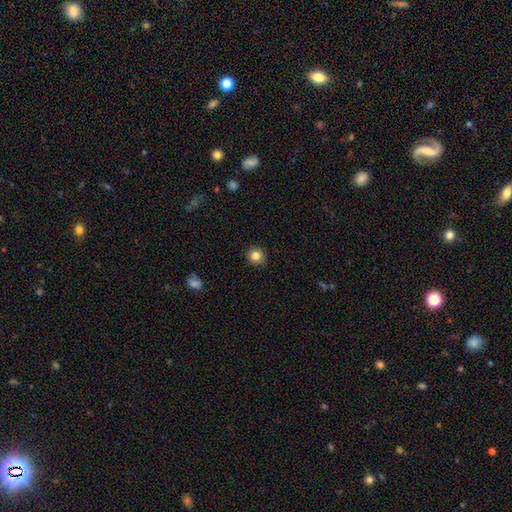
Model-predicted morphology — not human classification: Smooth or featured? Predicted: smooth (p=0.84). How rounded? Predicted: round (p=0.92). Merging? Predicted: none (p=0.91).